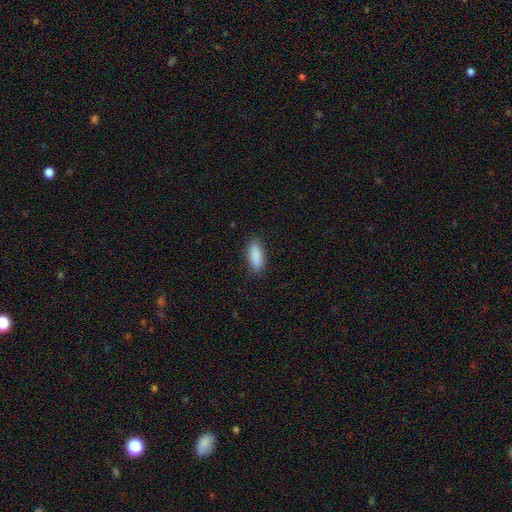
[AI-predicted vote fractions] The model was most divided on "how rounded": in between: 78%, cigar-shaped: 20%, round: 2%. More confident: smooth or featured — smooth (90%); merging — none (88%).